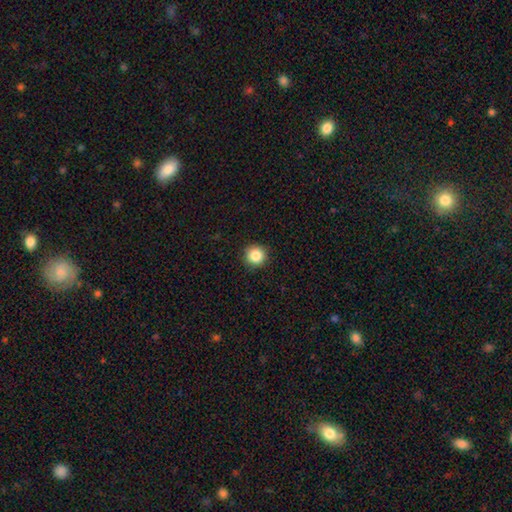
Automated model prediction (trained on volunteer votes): A smooth galaxy with no disk features (86%) that is round (95%). Merging: none (92%).